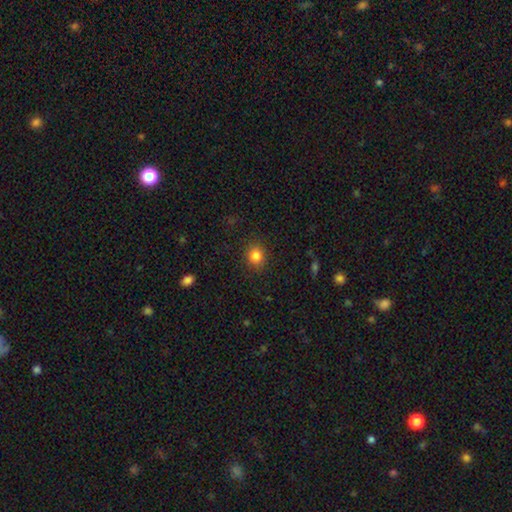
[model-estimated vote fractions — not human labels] A smooth galaxy with no disk features (84%) that is round (75%).

Vote fractions:
- Smooth or featured? smooth: 84% / star or artifact: 11% / featured or disk: 5%
- How rounded? round: 75% / in between: 24% / cigar-shaped: 1%
- Merging? none: 88% / minor disturbance: 8% / major disturbance: 3% / merger: 1%